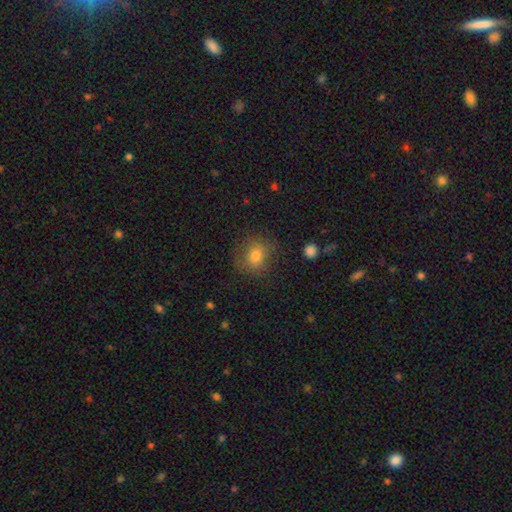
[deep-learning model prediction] A smooth galaxy with no disk features (76%) that is round (71%). Merging: none (77%).